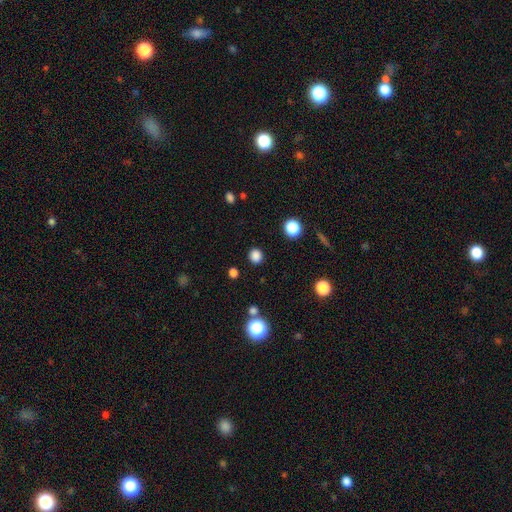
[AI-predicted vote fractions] Smooth or featured?
  - smooth: 83% *
  - star or artifact: 14%
  - featured or disk: 3%
How rounded?
  - round: 91% *
  - in between: 8%
  - cigar-shaped: 1%
Merging?
  - none: 90% *
  - minor disturbance: 6%
  - major disturbance: 2%
  - merger: 2%